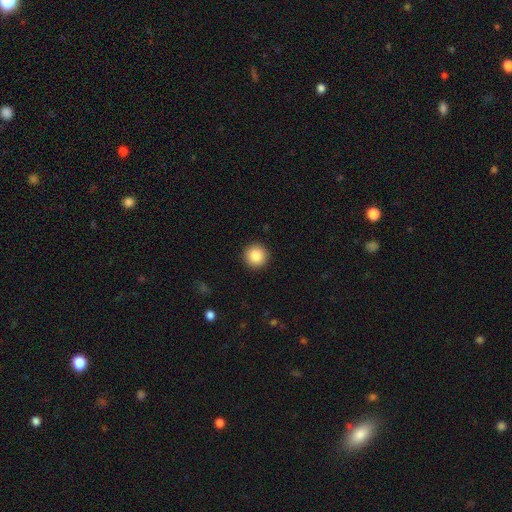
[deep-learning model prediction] Smooth or featured?
  - smooth: 88% *
  - star or artifact: 8%
  - featured or disk: 4%
How rounded?
  - round: 96% *
  - in between: 3%
  - cigar-shaped: 1%
Merging?
  - none: 93% *
  - minor disturbance: 5%
  - major disturbance: 2%
  - merger: 1%